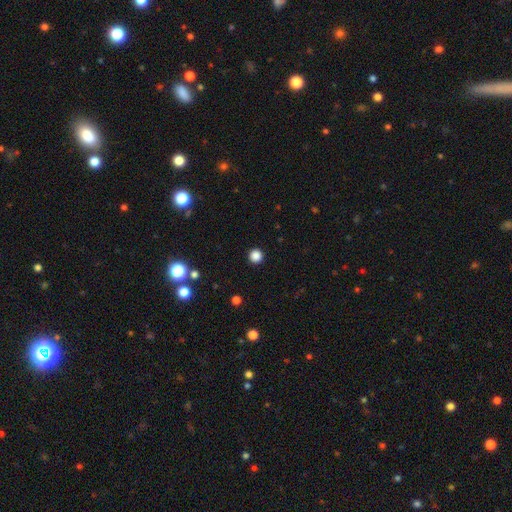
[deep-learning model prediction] Smooth or featured: smooth — 85% (star or artifact — 12%)
How rounded: round — 96% (in between — 3%)
Merging: none — 93% (minor disturbance — 4%)